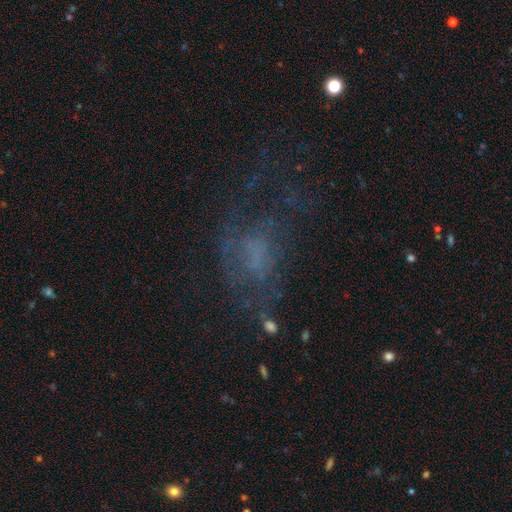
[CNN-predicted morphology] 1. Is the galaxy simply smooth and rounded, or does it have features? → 47% featured or disk, 30% smooth, 24% star or artifact.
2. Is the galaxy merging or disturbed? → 41% none, 37% major disturbance, 19% minor disturbance, 3% merger.